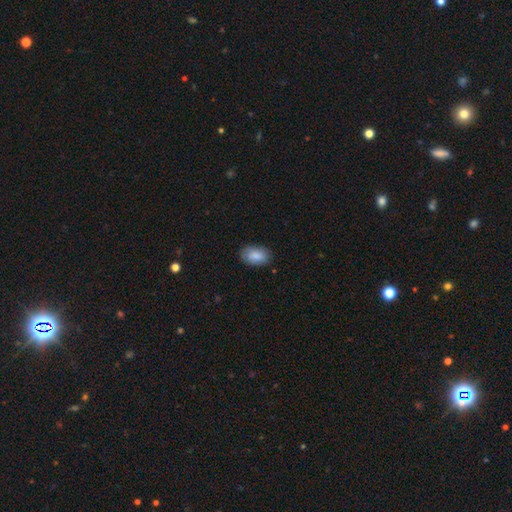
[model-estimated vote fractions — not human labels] Smooth or featured? smooth (87%)
How rounded? in between (92%)
Merging? none (83%)